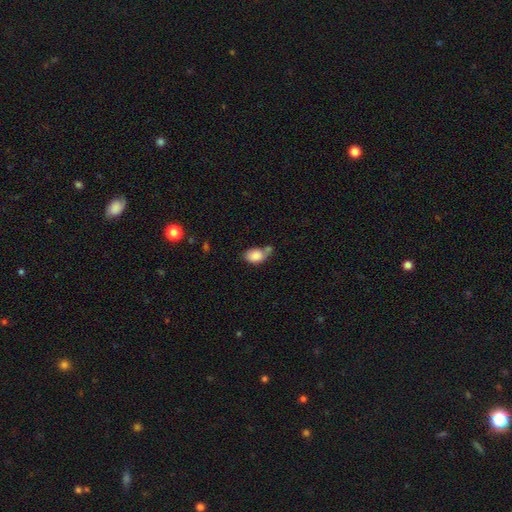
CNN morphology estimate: Smooth or featured: smooth — 85% (star or artifact — 8%)
How rounded: in between — 79% (round — 19%)
Merging: none — 39% (merger — 32%)